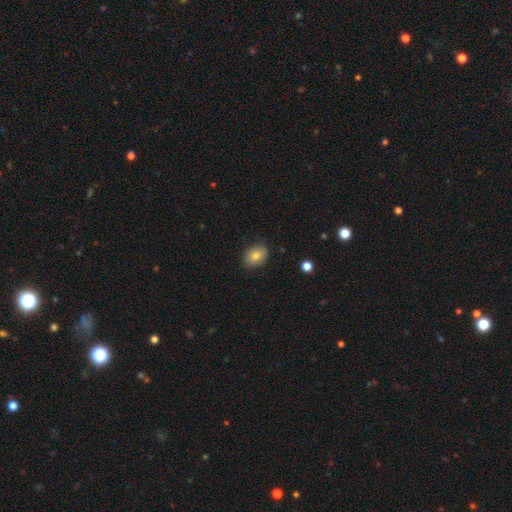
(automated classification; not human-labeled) Overall: smooth (79%). How rounded: in between (73%). Merging: none (84%).